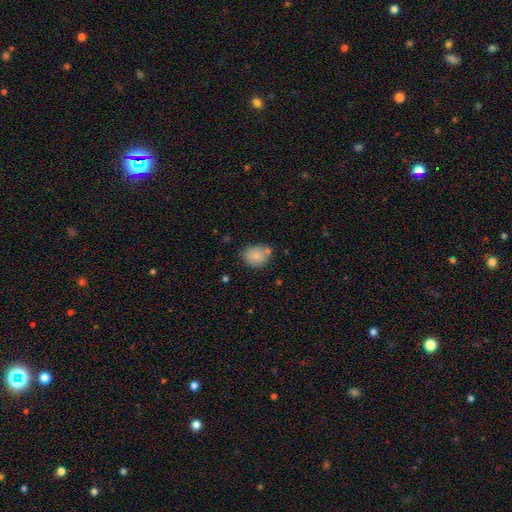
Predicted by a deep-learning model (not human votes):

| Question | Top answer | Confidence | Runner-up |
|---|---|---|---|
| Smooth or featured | smooth | 81% | featured or disk (10%) |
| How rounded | round | 65% | in between (34%) |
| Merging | none | 69% | minor disturbance (15%) |